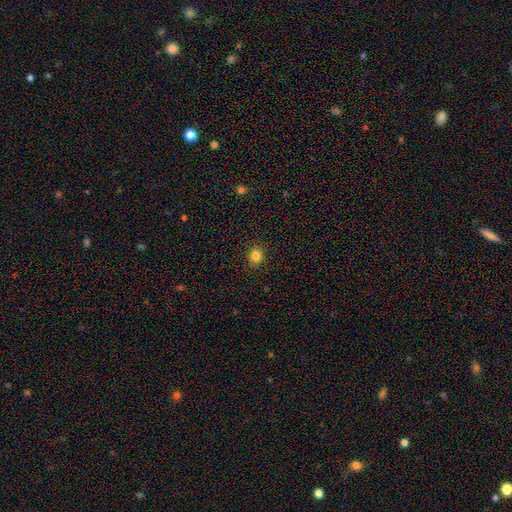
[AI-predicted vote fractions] smooth 83%, star or artifact 12%, featured or disk 5%. Down the decision tree: how rounded — round (75%); merging — none (91%).